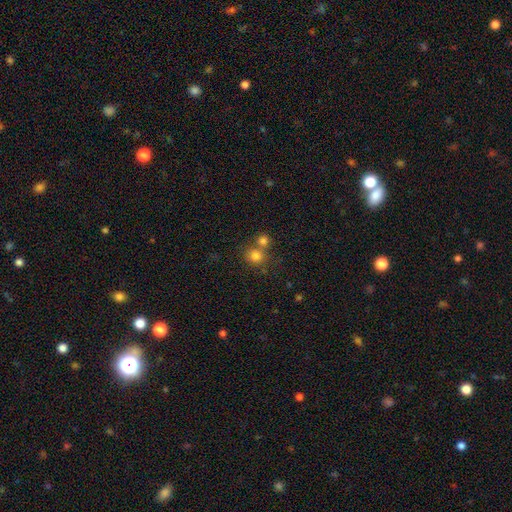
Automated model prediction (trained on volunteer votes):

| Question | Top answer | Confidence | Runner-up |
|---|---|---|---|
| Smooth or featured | smooth | 79% | star or artifact (13%) |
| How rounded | round | 87% | in between (12%) |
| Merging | none | 57% | merger (33%) |